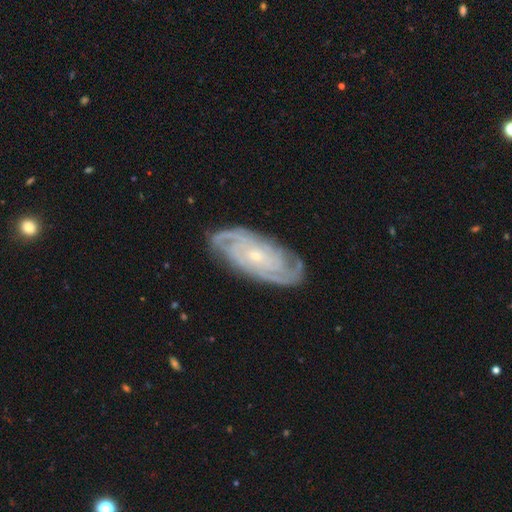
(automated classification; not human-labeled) Smooth or featured: featured or disk — 87% (smooth — 8%)
Edge-on disk: no — 93% (yes — 7%)
Bar: no — 74% (weak — 20%)
Spiral arms: yes — 97% (no — 3%)
Spiral winding: tight — 73% (medium — 22%)
Spiral arm count: 2 — 26% (tied with can't tell — 26%)
Bulge size: small — 80% (moderate — 17%)
Merging: none — 82% (minor disturbance — 14%)